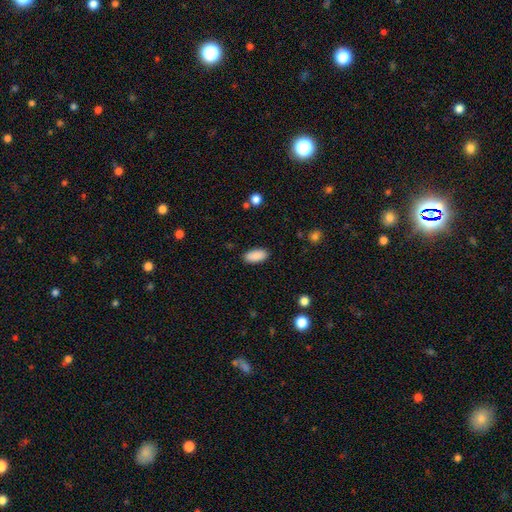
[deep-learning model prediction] This appears to be a smooth galaxy with no disk features (90%) that is in between round and cigar-shaped (92%). Merging: none (89%).